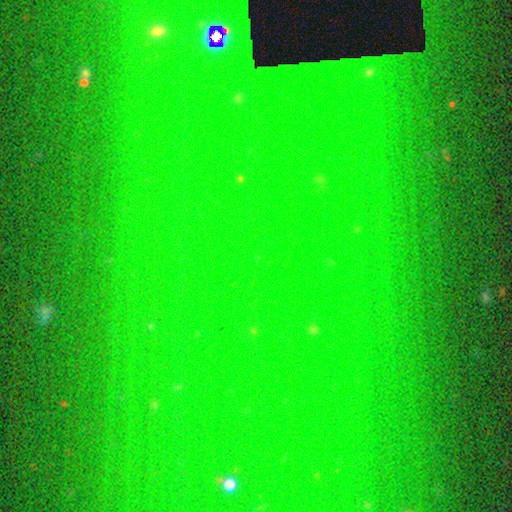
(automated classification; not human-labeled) Smooth or featured? star or artifact (79%)